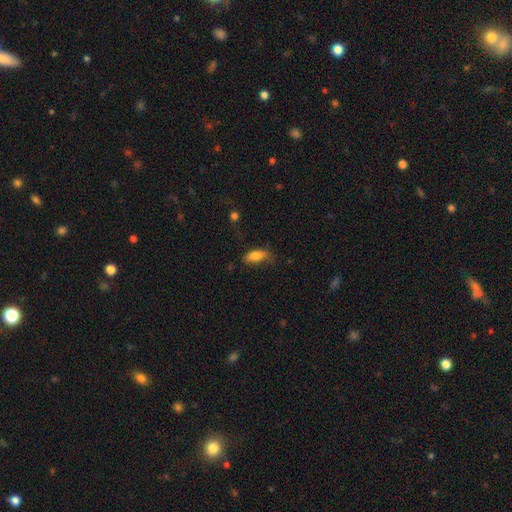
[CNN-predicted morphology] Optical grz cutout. It shows a smooth galaxy with no disk features (78%) that is in between round and cigar-shaped (81%). Merging: none (51%).